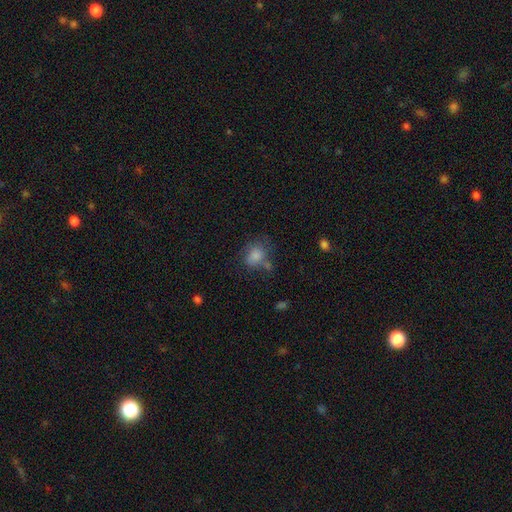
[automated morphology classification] Smooth or featured? Predicted: smooth (p=0.79). How rounded? Predicted: in between (p=0.52). Merging? Predicted: none (p=0.47).